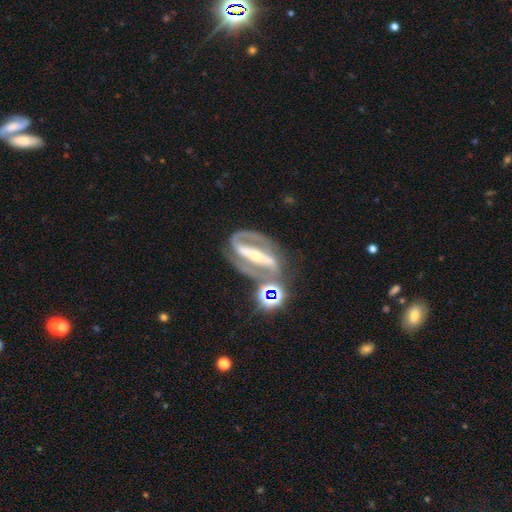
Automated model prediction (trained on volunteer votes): smooth-or-featured: featured or disk: 89% | star or artifact: 6% | smooth: 5%
  disk-edge-on: no: 92% | yes: 8%
    bar: strong: 84% | weak: 10% | no: 6%
    has-spiral-arms: yes: 92% | no: 8%
      spiral-winding: medium: 47% | tight: 39% | loose: 13%
      spiral-arm-count: 2: 91% | 1: 3% | can't tell: 3% | 3: 1% | 4: 1% | more than 4: 1%
    bulge-size: small: 54% | moderate: 38% | large: 4% | none: 3% | dominant: 2%
  merging: none: 69% | minor disturbance: 14% | major disturbance: 9% | merger: 8%